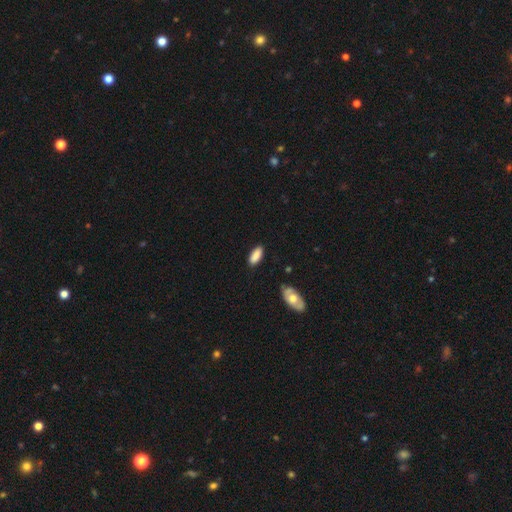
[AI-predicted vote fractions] A smooth galaxy with no disk features (87%) that is in between round and cigar-shaped (83%).

Vote fractions:
- Smooth or featured? smooth: 87% / featured or disk: 6% / star or artifact: 6%
- How rounded? in between: 83% / cigar-shaped: 15% / round: 2%
- Merging? none: 85% / minor disturbance: 12% / major disturbance: 2% / merger: 2%